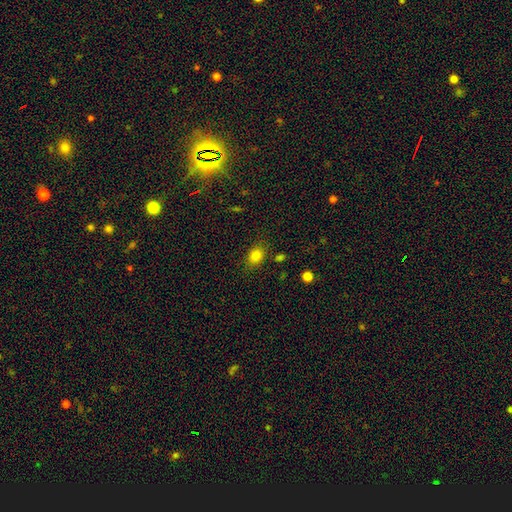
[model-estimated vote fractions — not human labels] Overall: smooth (81%). How rounded: in between (61%; round 37%). Merging: none (80%).